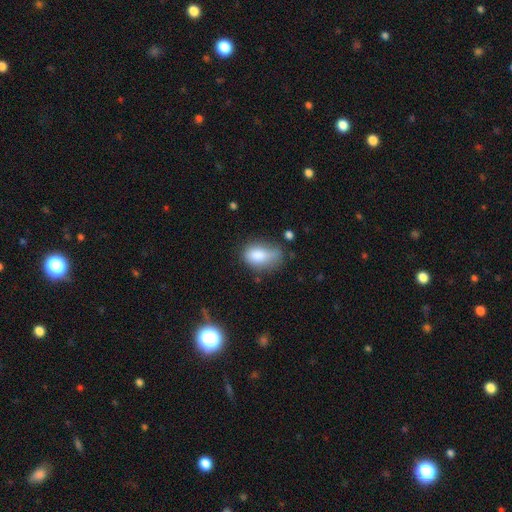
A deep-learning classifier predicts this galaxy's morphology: Smooth or featured? smooth (76%)
How rounded? in between (84%)
Merging? none (39%)